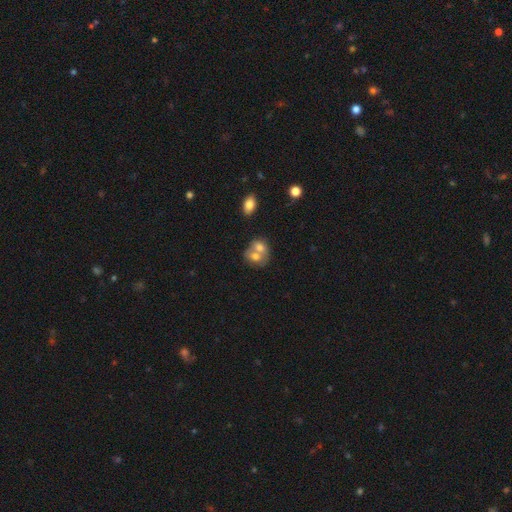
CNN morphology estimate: type=smooth (64%); roundness=round (51%); merging=merger (68%).